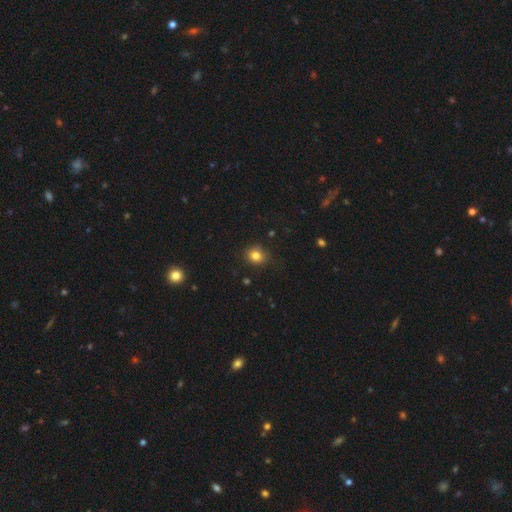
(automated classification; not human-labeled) Q: Smooth or featured?
A: smooth (81%); runner-up: star or artifact (13%)
Q: How rounded?
A: round (75%); runner-up: in between (25%)
Q: Merging?
A: none (83%); runner-up: minor disturbance (13%)